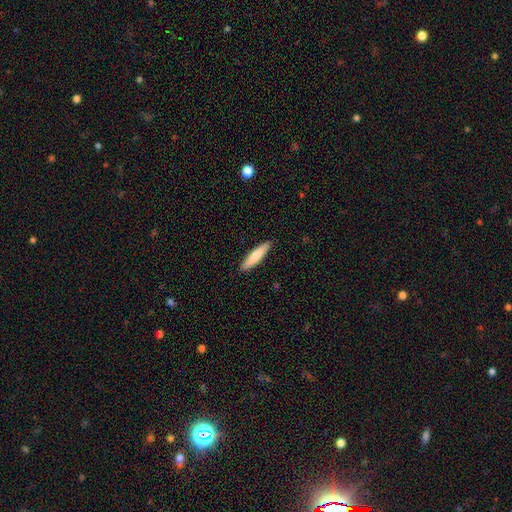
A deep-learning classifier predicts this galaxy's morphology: smooth 77%, featured or disk 17%, star or artifact 5%. Down the decision tree: how rounded — cigar-shaped (85%); merging — none (91%).